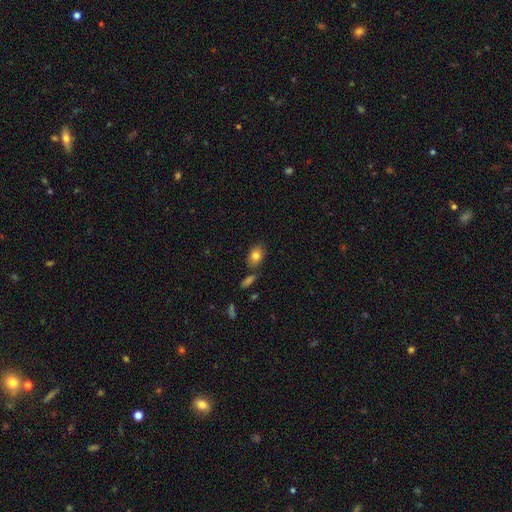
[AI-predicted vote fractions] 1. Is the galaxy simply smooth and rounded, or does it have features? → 81% smooth, 10% featured or disk, 9% star or artifact.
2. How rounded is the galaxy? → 76% in between, 22% round, 2% cigar-shaped.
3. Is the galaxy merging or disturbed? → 75% none, 13% minor disturbance, 9% merger, 3% major disturbance.